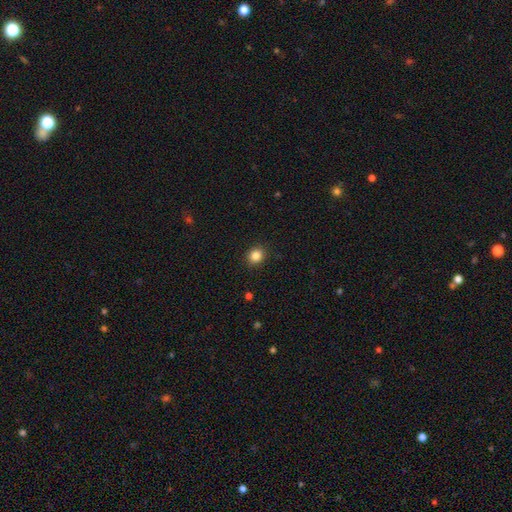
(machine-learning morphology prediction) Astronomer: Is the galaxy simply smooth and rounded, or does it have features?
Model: smooth — 85%.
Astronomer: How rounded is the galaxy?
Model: round — 78%.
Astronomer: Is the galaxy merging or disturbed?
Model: none — 91%.